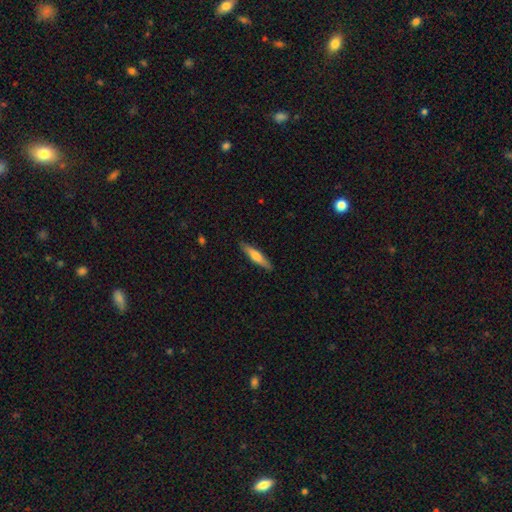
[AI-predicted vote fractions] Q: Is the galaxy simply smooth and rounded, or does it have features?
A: smooth — 55%.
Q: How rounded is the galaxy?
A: cigar-shaped — 87%.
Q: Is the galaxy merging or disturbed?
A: none — 89%.